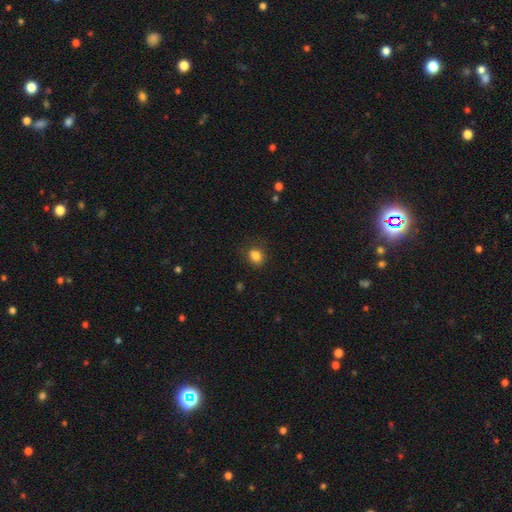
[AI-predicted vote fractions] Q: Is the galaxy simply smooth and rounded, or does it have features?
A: smooth — 84%.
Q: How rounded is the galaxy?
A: in between — 50%.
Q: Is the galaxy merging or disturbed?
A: none — 78%.